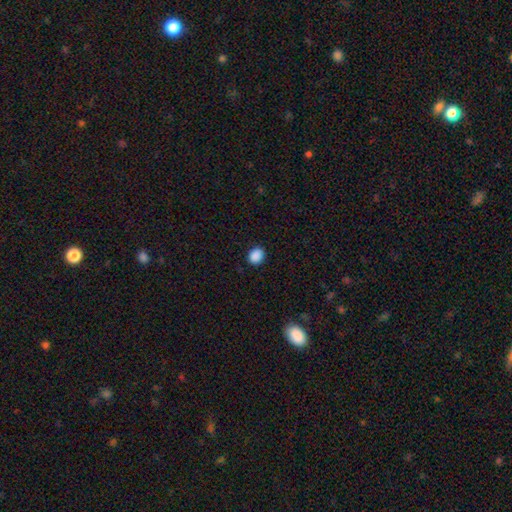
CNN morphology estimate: smooth-or-featured: smooth: 89% | star or artifact: 9% | featured or disk: 2%
  how-rounded: round: 57% | in between: 42% | cigar-shaped: 1%
  merging: none: 89% | minor disturbance: 8% | major disturbance: 2% | merger: 1%